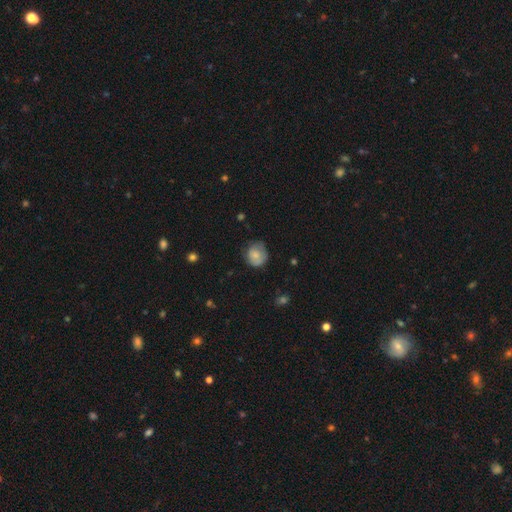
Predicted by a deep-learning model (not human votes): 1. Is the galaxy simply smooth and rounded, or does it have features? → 75% smooth, 17% featured or disk, 8% star or artifact.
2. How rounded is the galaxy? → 77% round, 22% in between, 1% cigar-shaped.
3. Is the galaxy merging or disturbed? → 60% none, 30% minor disturbance, 9% major disturbance, 1% merger.